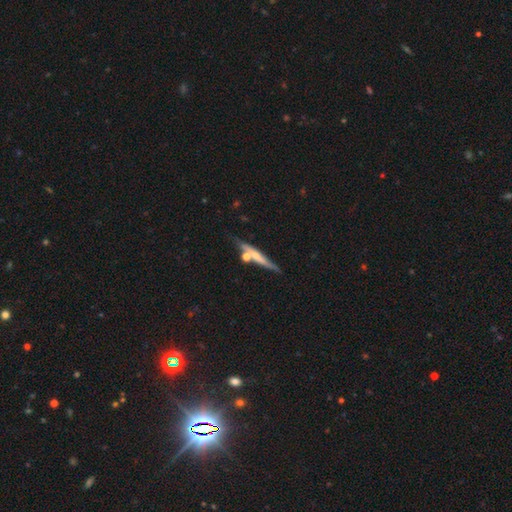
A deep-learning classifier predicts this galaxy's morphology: Smooth or featured: featured or disk — 50% (smooth — 43%)
Edge-on disk: yes — 90% (no — 10%)
Merging: none — 65% (merger — 16%)